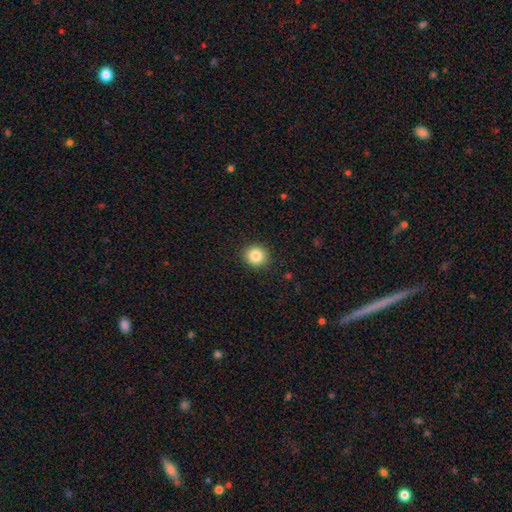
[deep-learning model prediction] Overall: smooth (85%). How rounded: round (88%). Merging: none (91%).